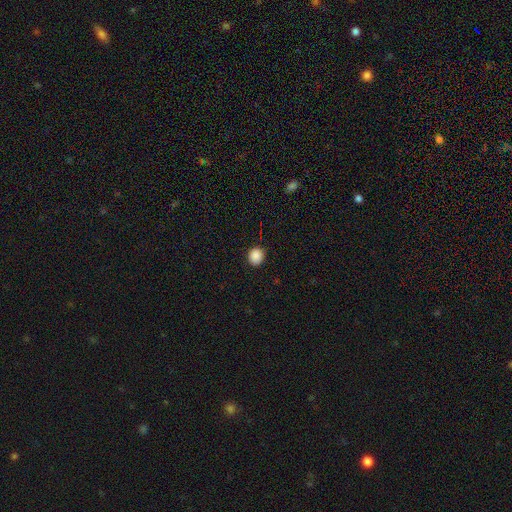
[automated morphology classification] Smooth or featured: smooth — 88% (star or artifact — 9%)
How rounded: round — 78% (in between — 21%)
Merging: none — 90% (minor disturbance — 7%)